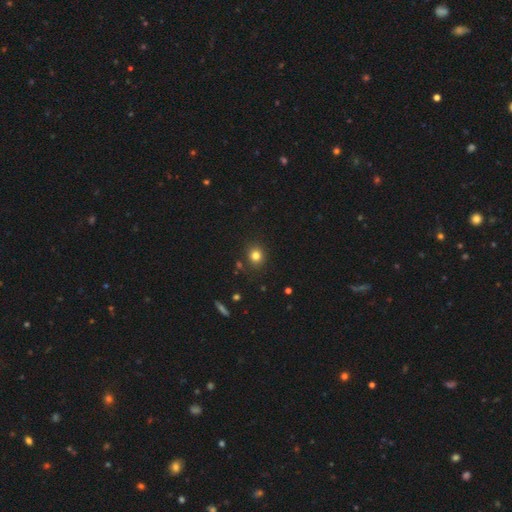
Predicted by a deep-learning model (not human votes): This appears to be a smooth galaxy with no disk features (80%) that is round (80%). Merging: none (86%).